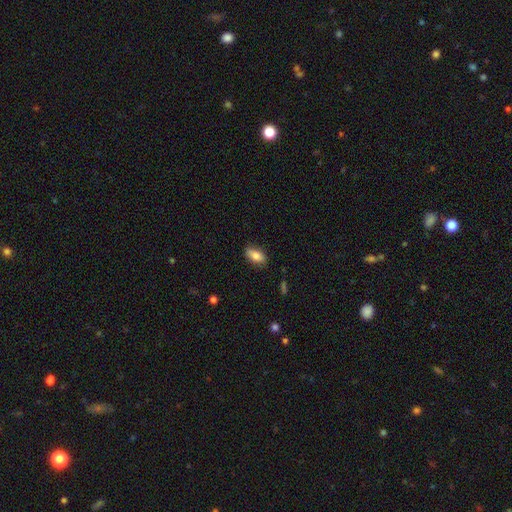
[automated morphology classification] smooth_or_featured: smooth (p=0.80) [alt: featured or disk p=0.13]
how_rounded: in between (p=0.88) [alt: cigar-shaped p=0.07]
merging: none (p=0.80) [alt: minor disturbance p=0.16]